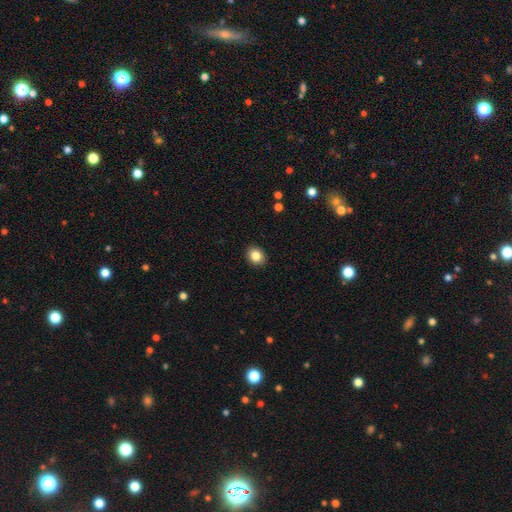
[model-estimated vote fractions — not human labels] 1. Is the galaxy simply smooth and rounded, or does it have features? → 85% smooth, 9% star or artifact, 6% featured or disk.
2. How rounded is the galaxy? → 60% round, 40% in between, 1% cigar-shaped.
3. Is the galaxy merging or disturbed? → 91% none, 6% minor disturbance, 2% major disturbance, 1% merger.